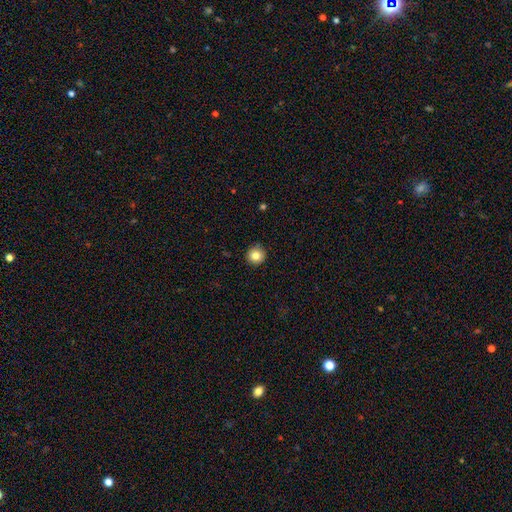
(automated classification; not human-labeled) This appears to be a smooth galaxy with no disk features (83%) that is round (95%). Merging: none (91%).